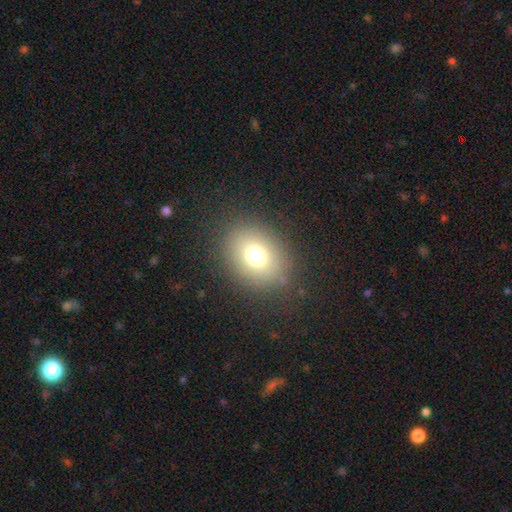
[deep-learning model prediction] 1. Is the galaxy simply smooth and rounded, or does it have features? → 72% smooth, 15% star or artifact, 13% featured or disk.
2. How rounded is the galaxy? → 54% in between, 45% round, 1% cigar-shaped.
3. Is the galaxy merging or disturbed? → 84% none, 9% minor disturbance, 5% major disturbance, 1% merger.